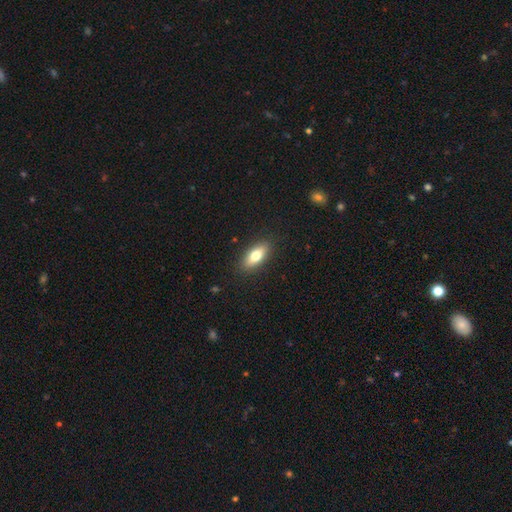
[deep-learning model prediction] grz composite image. It shows a smooth galaxy with no disk features (73%) that is in between round and cigar-shaped (77%). Merging: none (88%).